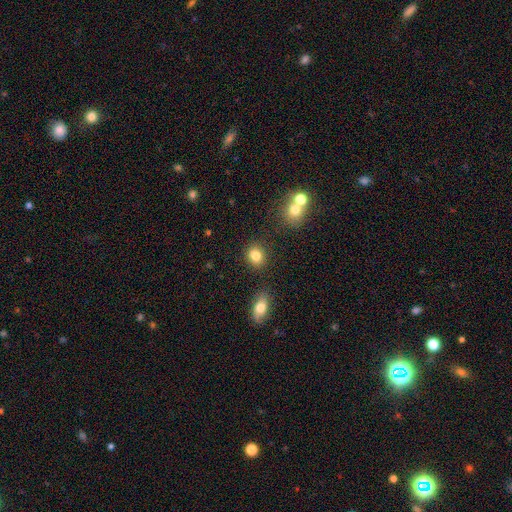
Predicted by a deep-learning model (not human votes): This is clearly a smooth galaxy (83%). How rounded: possibly round (57%). Merging: clearly none (82%).